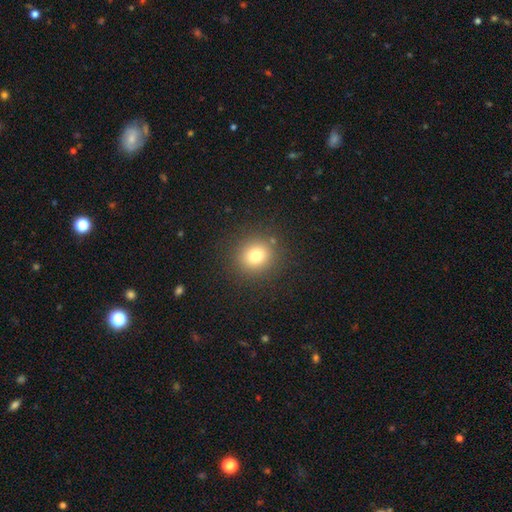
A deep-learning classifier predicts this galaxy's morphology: smooth-or-featured: smooth: 78% | star or artifact: 14% | featured or disk: 8%
  how-rounded: round: 87% | in between: 12% | cigar-shaped: 1%
  merging: none: 88% | minor disturbance: 7% | major disturbance: 3% | merger: 2%